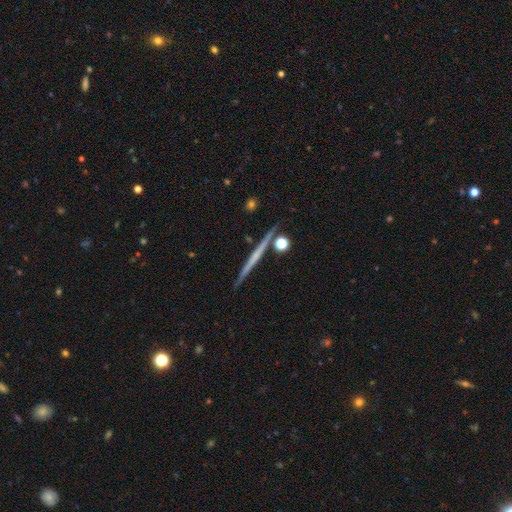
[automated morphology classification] featured or disk 59%, smooth 34%, star or artifact 7%. Down the decision tree: edge-on disk — yes (98%); edge-on bulge — none (83%); merging — none (89%).